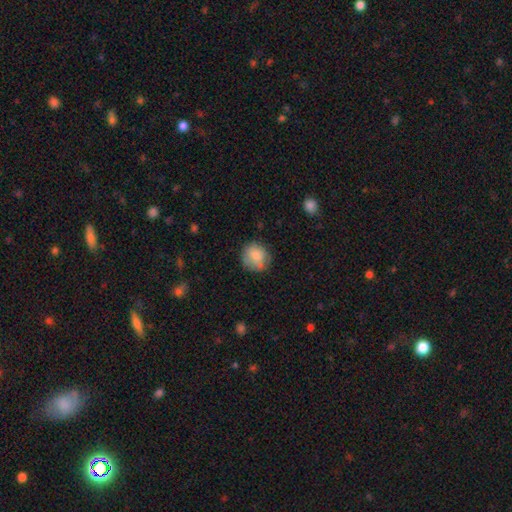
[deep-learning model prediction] Smooth or featured: smooth — 80% (featured or disk — 12%)
How rounded: round — 83% (in between — 16%)
Merging: none — 70% (minor disturbance — 22%)